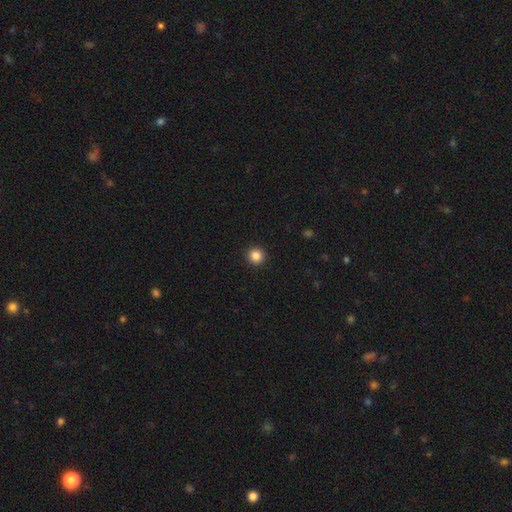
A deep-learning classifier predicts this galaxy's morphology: Q: Smooth or featured?
A: smooth (85%); runner-up: star or artifact (11%)
Q: How rounded?
A: round (95%); runner-up: in between (4%)
Q: Merging?
A: none (93%); runner-up: minor disturbance (4%)